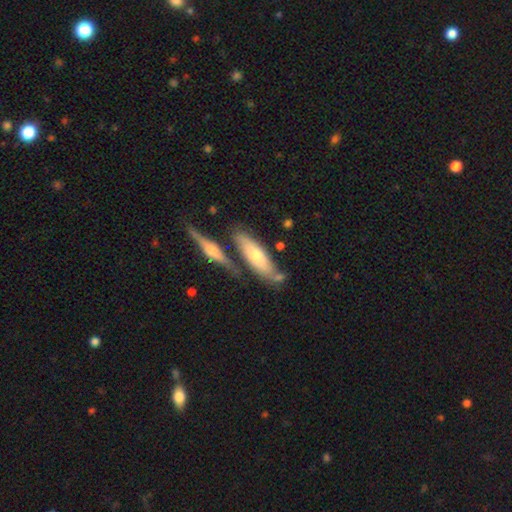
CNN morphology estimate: Q: Smooth or featured?
A: featured or disk (54%); runner-up: smooth (38%)
Q: Edge-on disk?
A: yes (68%); runner-up: no (32%)
Q: Merging?
A: none (58%); runner-up: merger (23%)